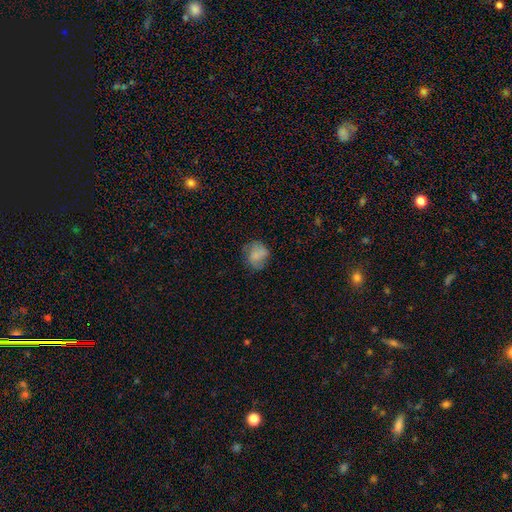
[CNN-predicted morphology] This appears to be a smooth galaxy with no disk features (72%) that is round (73%). Merging: none (63%).